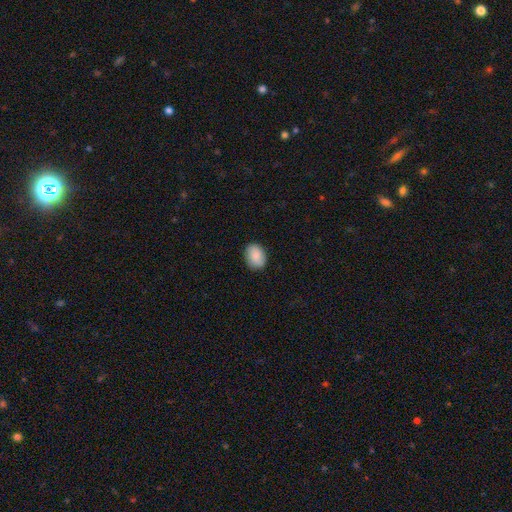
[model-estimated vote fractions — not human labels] Smooth or featured? Predicted: smooth (p=0.88). How rounded? Predicted: in between (p=0.68). Merging? Predicted: none (p=0.86).